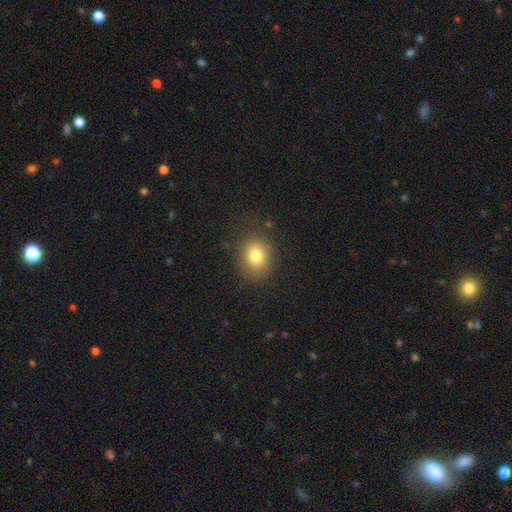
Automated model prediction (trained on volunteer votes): Smooth or featured? Predicted: smooth (p=0.79). How rounded? Predicted: round (p=0.59). Merging? Predicted: none (p=0.81).